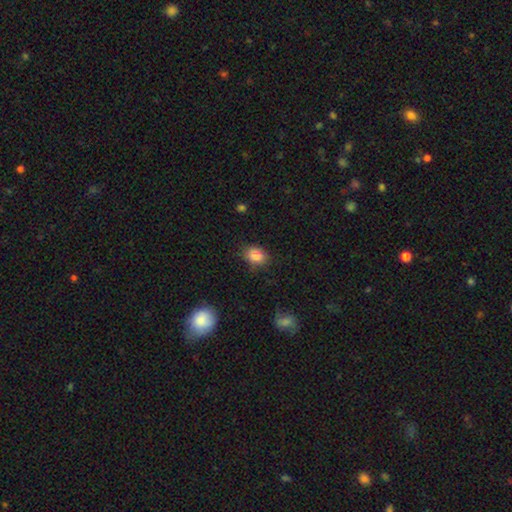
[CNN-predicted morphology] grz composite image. It shows a smooth galaxy with no disk features (84%) that is in between round and cigar-shaped (59%). Merging: none (80%).